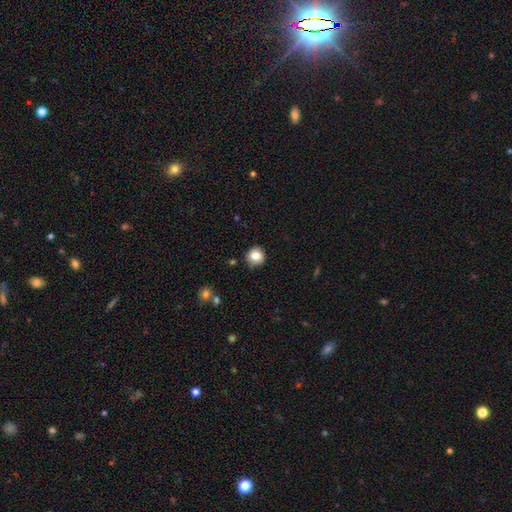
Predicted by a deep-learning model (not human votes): Smooth or featured: smooth — 83% (star or artifact — 10%)
How rounded: round — 91% (in between — 8%)
Merging: none — 83% (minor disturbance — 12%)